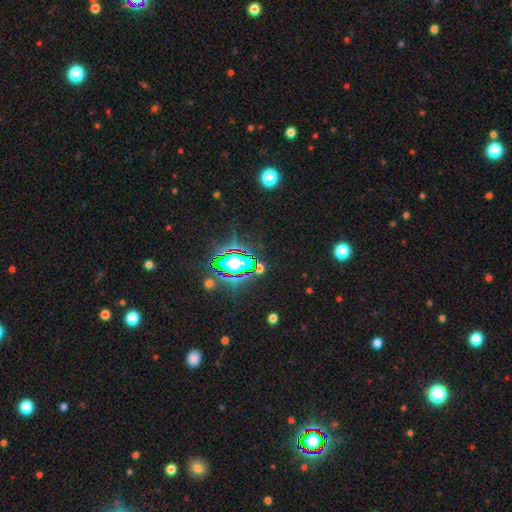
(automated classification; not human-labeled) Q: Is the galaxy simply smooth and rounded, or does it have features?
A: star or artifact — 79%.